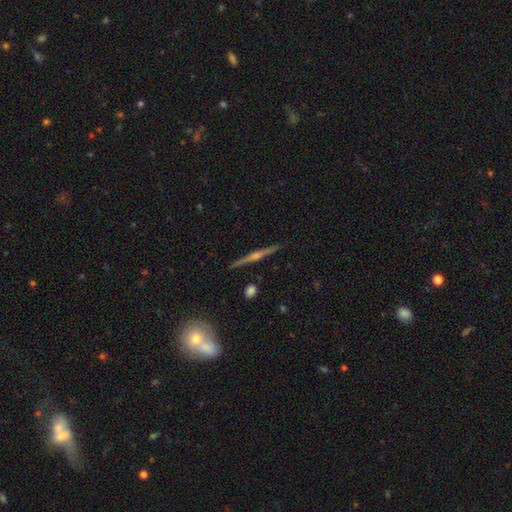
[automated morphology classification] smooth_or_featured: featured or disk (p=0.71) [alt: smooth p=0.17]
disk_edge_on: yes (p=0.94) [alt: no p=0.06]
edge_on_bulge: rounded (p=0.79) [alt: none p=0.13]
merging: none (p=0.85) [alt: minor disturbance p=0.08]